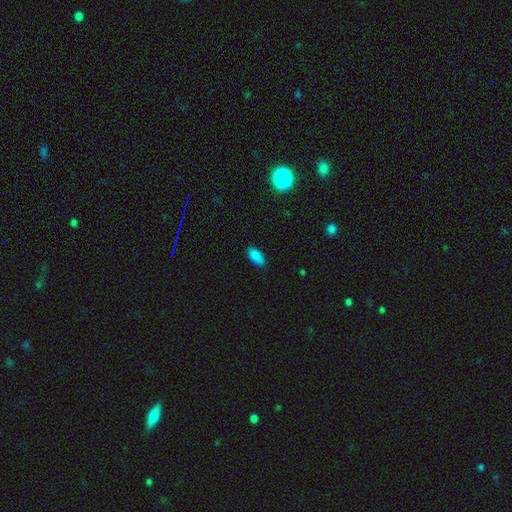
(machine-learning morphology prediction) A smooth galaxy with no disk features (87%) that is in between round and cigar-shaped (91%). Merging: none (86%).